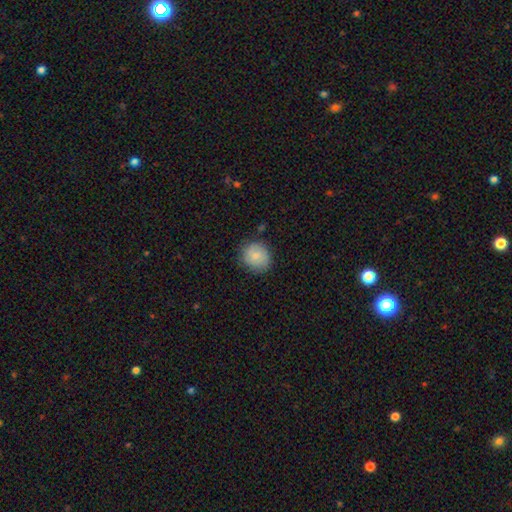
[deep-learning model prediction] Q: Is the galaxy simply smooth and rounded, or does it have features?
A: smooth — 81%.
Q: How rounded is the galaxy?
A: round — 84%.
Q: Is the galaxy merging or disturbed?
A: none — 80%.